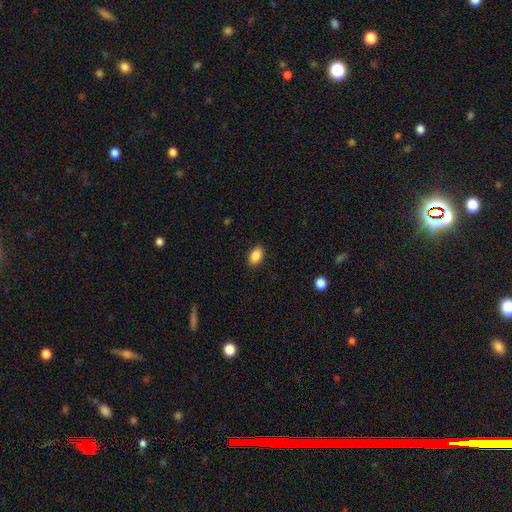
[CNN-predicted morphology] Overall: smooth (89%). How rounded: in between (90%). Merging: none (89%).